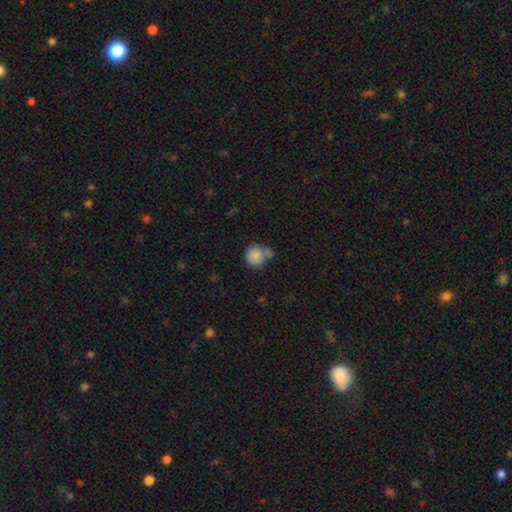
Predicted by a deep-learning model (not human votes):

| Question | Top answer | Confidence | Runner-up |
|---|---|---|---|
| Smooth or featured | smooth | 85% | star or artifact (8%) |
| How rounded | round | 78% | in between (22%) |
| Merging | none | 45% | merger (32%) |